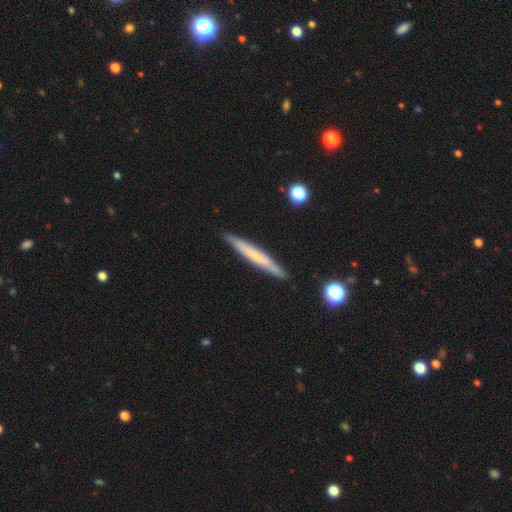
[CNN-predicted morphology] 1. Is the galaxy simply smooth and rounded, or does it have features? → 52% smooth, 42% featured or disk, 6% star or artifact.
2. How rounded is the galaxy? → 96% cigar-shaped, 3% in between, 1% round.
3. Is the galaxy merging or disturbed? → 88% none, 8% minor disturbance, 2% major disturbance, 1% merger.